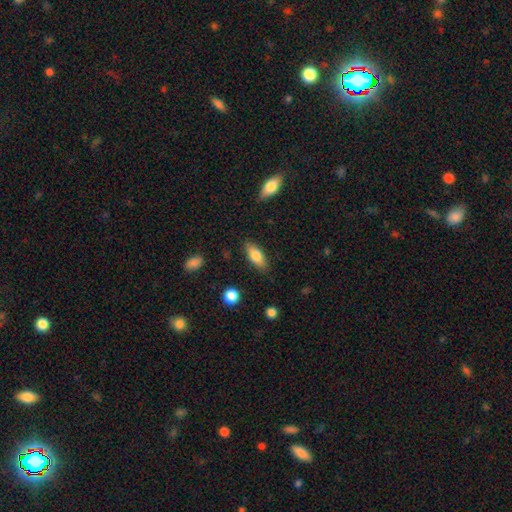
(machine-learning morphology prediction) smooth-or-featured: smooth: 78% | featured or disk: 16% | star or artifact: 7%
  how-rounded: in between: 78% | cigar-shaped: 20% | round: 3%
  merging: none: 84% | minor disturbance: 12% | major disturbance: 3% | merger: 2%